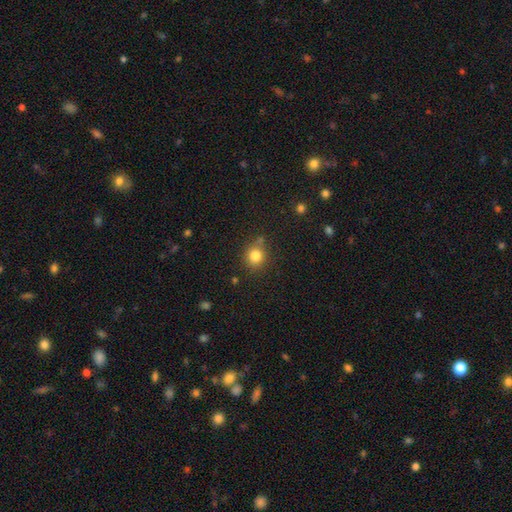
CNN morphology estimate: This appears to be a smooth galaxy with no disk features (82%) that is round (87%). Merging: none (77%).